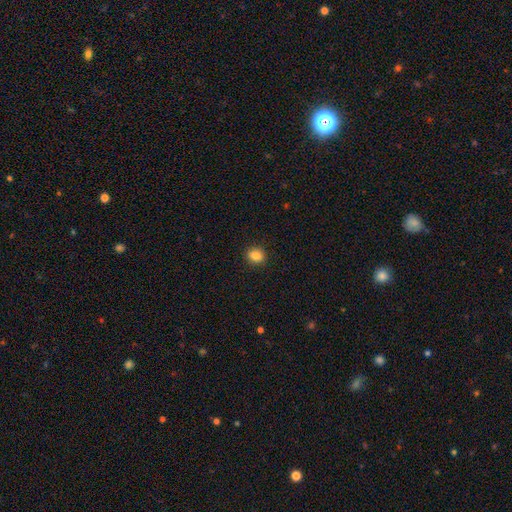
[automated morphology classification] Smooth or featured?
  - smooth: 85% *
  - star or artifact: 10%
  - featured or disk: 5%
How rounded?
  - round: 68% *
  - in between: 31%
  - cigar-shaped: 1%
Merging?
  - none: 91% *
  - minor disturbance: 6%
  - major disturbance: 2%
  - merger: 1%